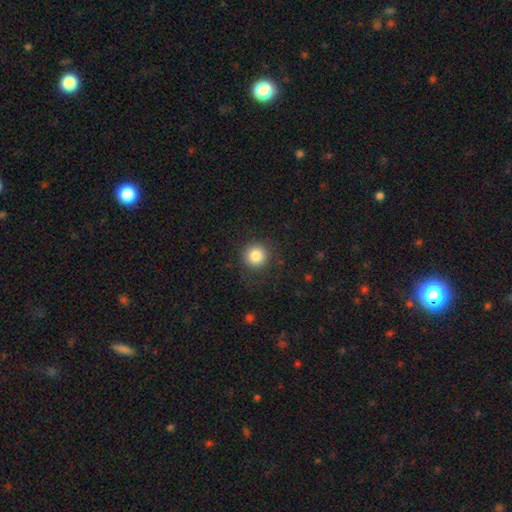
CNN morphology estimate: This appears to be a smooth galaxy with no disk features (83%) that is round (95%). Merging: none (87%).